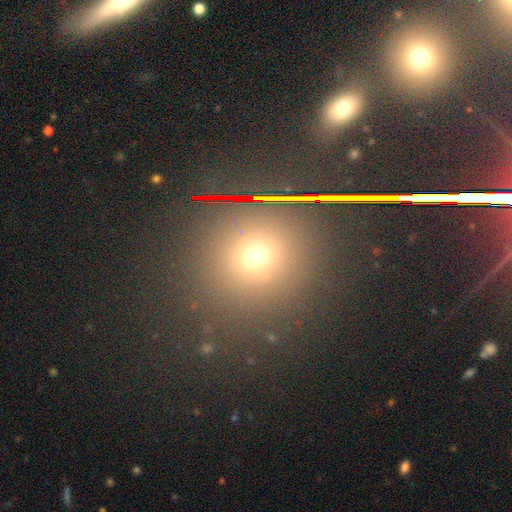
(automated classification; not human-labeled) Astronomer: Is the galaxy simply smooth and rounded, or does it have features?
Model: smooth — 57% (runner-up: star or artifact, 34%).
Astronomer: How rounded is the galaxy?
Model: round — 85%.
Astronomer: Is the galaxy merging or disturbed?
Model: none — 85%.